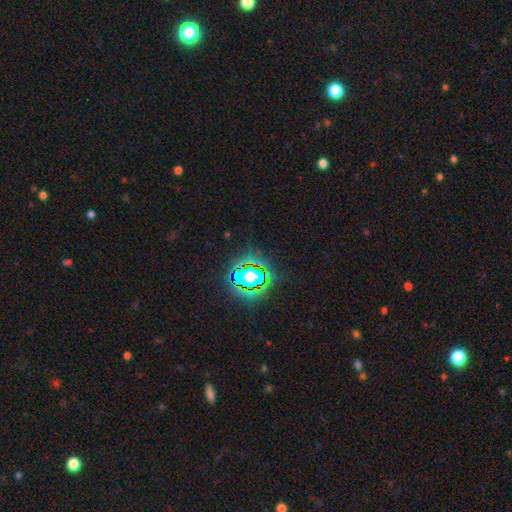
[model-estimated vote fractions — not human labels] star or artifact 82%, smooth 11%, featured or disk 7%.